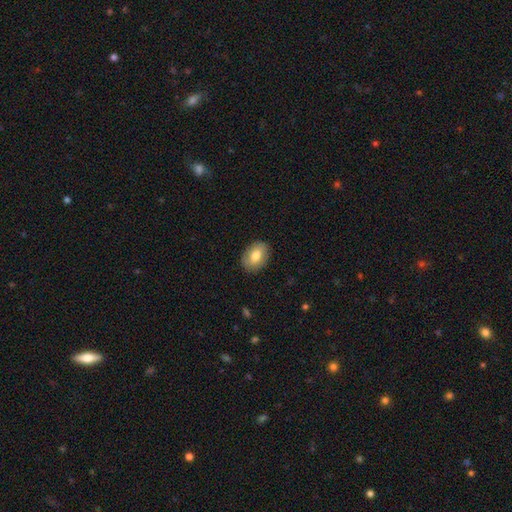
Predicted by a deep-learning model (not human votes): Smooth or featured: smooth — 73% (featured or disk — 20%)
How rounded: in between — 80% (round — 19%)
Merging: none — 87% (minor disturbance — 10%)